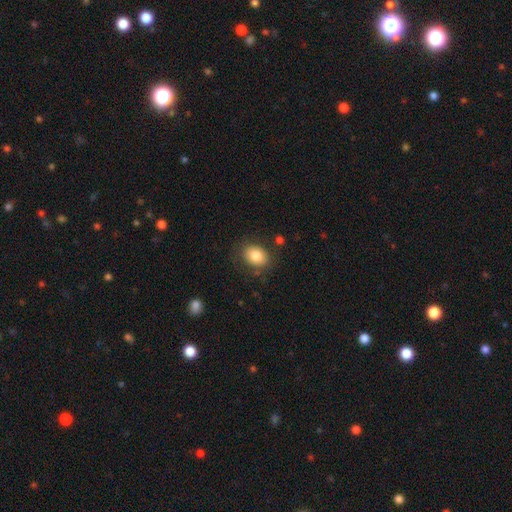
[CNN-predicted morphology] smooth_or_featured: smooth (p=0.83) [alt: featured or disk p=0.09]
how_rounded: in between (p=0.60) [alt: round p=0.39]
merging: none (p=0.80) [alt: minor disturbance p=0.13]